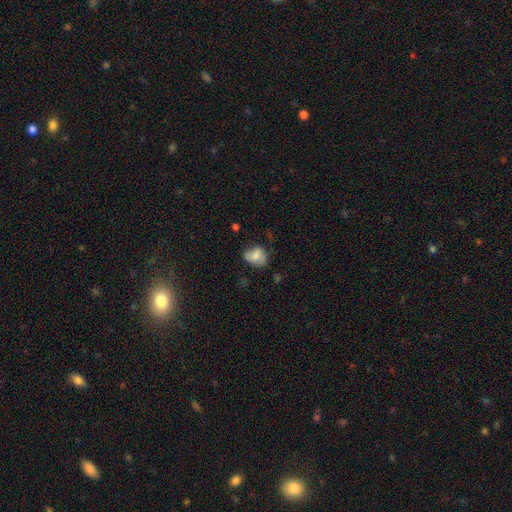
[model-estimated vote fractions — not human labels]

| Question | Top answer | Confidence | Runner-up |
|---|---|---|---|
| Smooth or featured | smooth | 66% | featured or disk (25%) |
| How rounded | in between | 58% | round (41%) |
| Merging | none | 52% | minor disturbance (33%) |